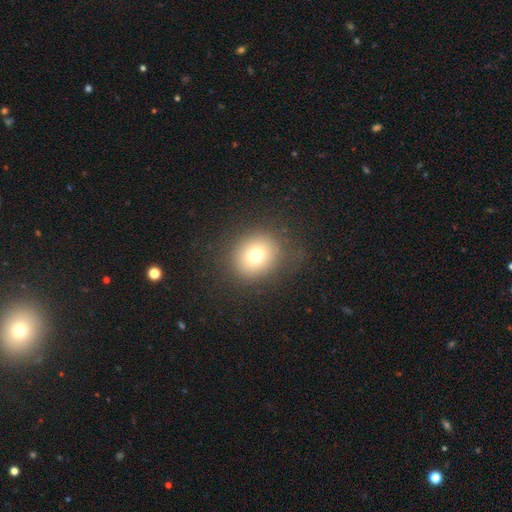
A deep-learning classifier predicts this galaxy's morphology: Q: Smooth or featured?
A: smooth (74%); runner-up: star or artifact (14%)
Q: How rounded?
A: round (74%); runner-up: in between (25%)
Q: Merging?
A: none (83%); runner-up: minor disturbance (11%)